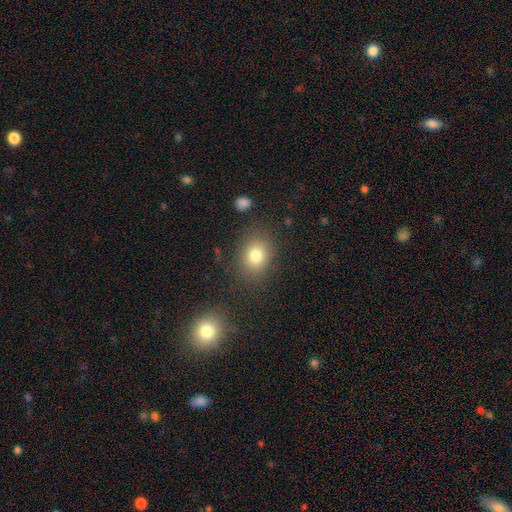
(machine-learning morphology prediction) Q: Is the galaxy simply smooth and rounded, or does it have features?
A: smooth — 79%.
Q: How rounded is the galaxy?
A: in between — 51%.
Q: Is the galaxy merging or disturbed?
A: none — 79%.